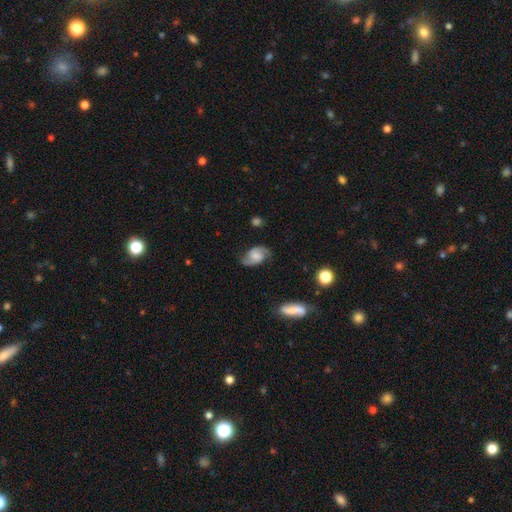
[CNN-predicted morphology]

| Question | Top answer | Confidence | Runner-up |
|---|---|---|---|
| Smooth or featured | featured or disk | 73% | smooth (20%) |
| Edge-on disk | no | 97% | yes (3%) |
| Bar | no | 50% | weak (40%) |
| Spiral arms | yes | 95% | no (5%) |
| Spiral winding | medium | 48% | loose (31%) |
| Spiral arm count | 2 | 91% | can't tell (4%) |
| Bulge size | moderate | 31% | small (29%) |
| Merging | none | 75% | minor disturbance (18%) |